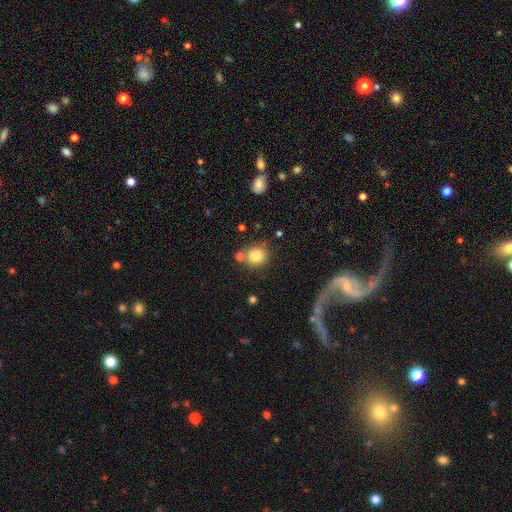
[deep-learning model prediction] This appears to be a smooth galaxy with no disk features (82%) that is round (88%). Merging: none (70%).